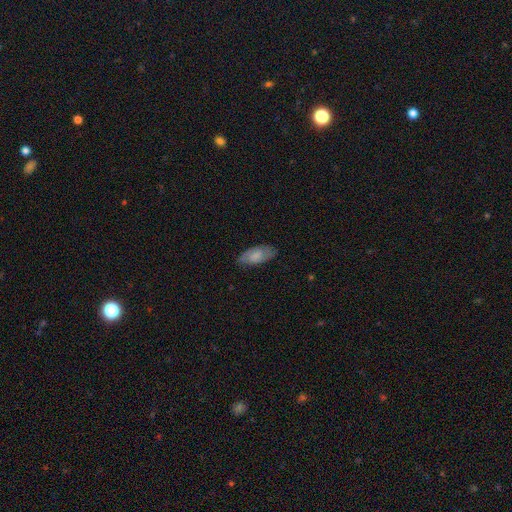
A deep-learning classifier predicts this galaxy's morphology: Overall: smooth (66%; featured or disk 28%). How rounded: in between (89%). Merging: none (78%).